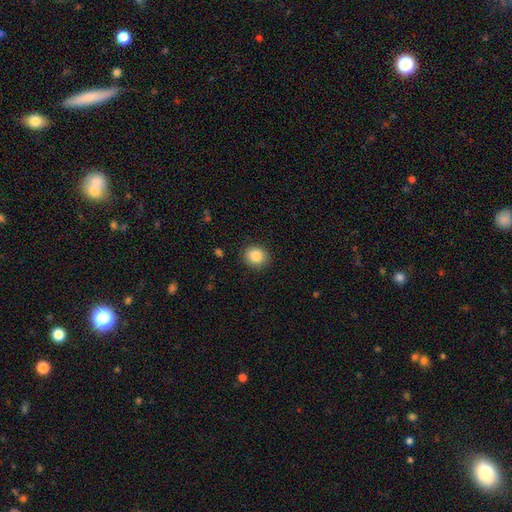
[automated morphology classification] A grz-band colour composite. It shows a smooth galaxy with no disk features (87%) that is round (79%). Merging: none (88%).